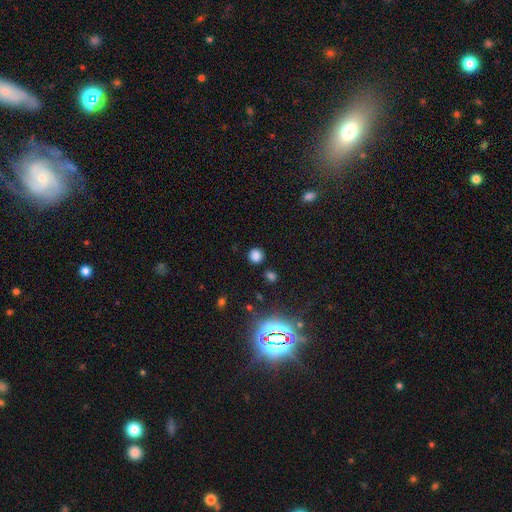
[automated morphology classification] Smooth or featured?
  - smooth: 77% *
  - star or artifact: 18%
  - featured or disk: 5%
How rounded?
  - round: 91% *
  - in between: 8%
  - cigar-shaped: 1%
Merging?
  - none: 85% *
  - minor disturbance: 8%
  - merger: 4%
  - major disturbance: 3%